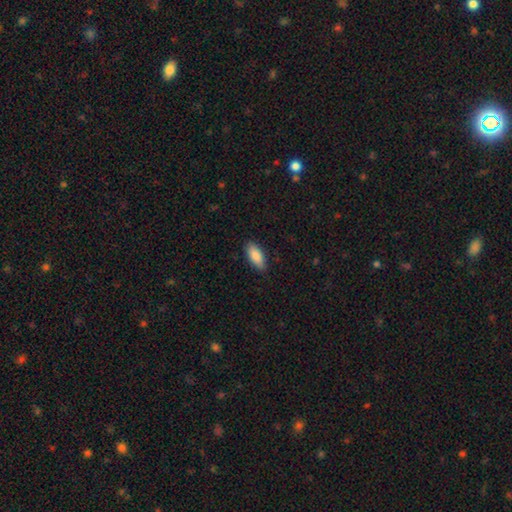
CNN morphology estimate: Smooth or featured? smooth (87%)
How rounded? in between (83%)
Merging? none (87%)